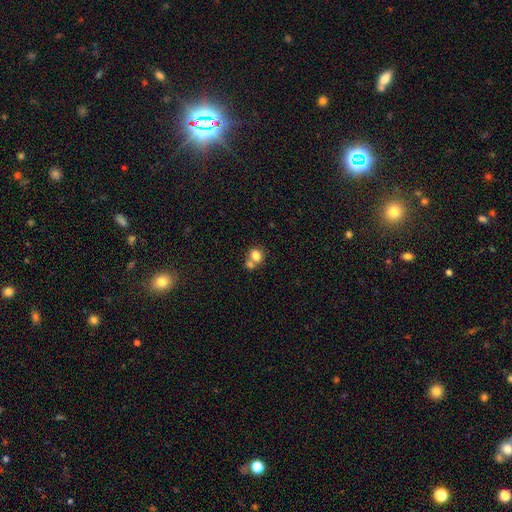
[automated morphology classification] smooth-or-featured: smooth: 80% | star or artifact: 10% | featured or disk: 10%
  how-rounded: round: 67% | in between: 32% | cigar-shaped: 1%
  merging: merger: 47% | none: 42% | minor disturbance: 8% | major disturbance: 3%